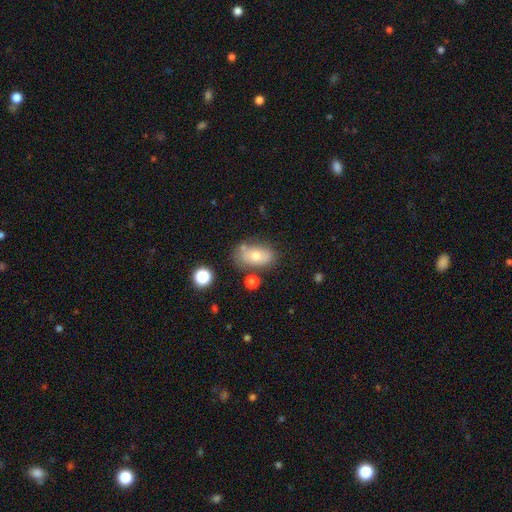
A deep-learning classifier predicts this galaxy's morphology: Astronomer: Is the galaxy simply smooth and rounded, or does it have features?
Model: smooth — 64%.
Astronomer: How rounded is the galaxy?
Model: in between — 87%.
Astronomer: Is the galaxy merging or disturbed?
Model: none — 65%.